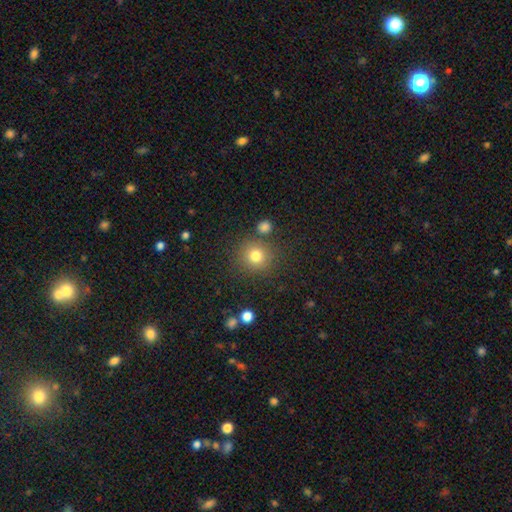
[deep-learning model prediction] smooth_or_featured: smooth (p=0.79) [alt: star or artifact p=0.13]
how_rounded: round (p=0.91) [alt: in between p=0.08]
merging: none (p=0.82) [alt: minor disturbance p=0.09]